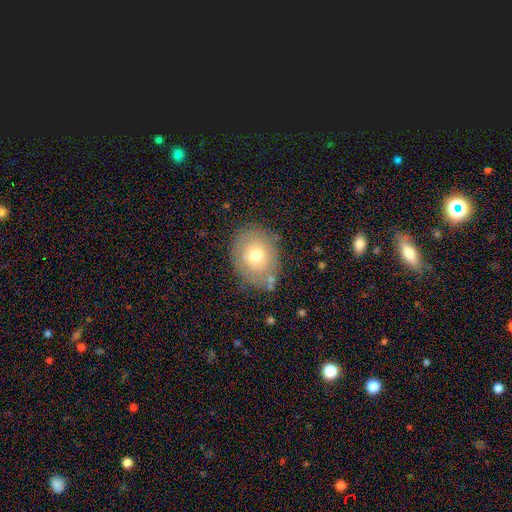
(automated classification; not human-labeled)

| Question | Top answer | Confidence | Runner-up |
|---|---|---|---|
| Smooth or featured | smooth | 67% | featured or disk (23%) |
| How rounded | round | 54% | in between (45%) |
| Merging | none | 76% | minor disturbance (15%) |